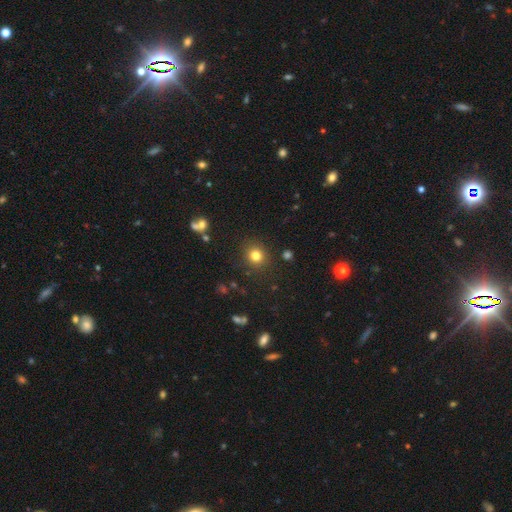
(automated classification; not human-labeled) The model was most divided on "smooth or featured": smooth: 80%, star or artifact: 14%, featured or disk: 6%. More confident: merging — none (88%); how rounded — round (85%).